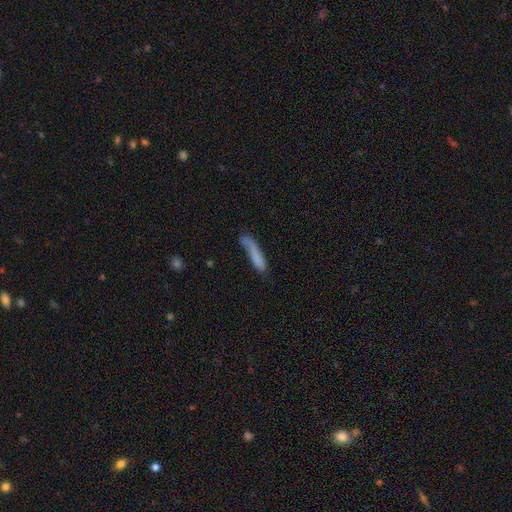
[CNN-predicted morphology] The model was most divided on "merging": none: 48%, minor disturbance: 27%, major disturbance: 18%, merger: 8%. More confident: how rounded — cigar-shaped (83%); smooth or featured — smooth (71%).